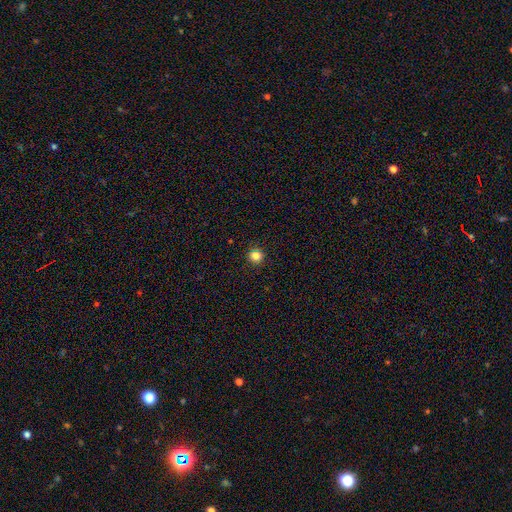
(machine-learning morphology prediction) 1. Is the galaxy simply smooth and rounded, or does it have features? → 82% smooth, 14% star or artifact, 4% featured or disk.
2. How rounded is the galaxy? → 92% round, 7% in between, 1% cigar-shaped.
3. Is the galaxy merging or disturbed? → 91% none, 6% minor disturbance, 2% major disturbance, 1% merger.